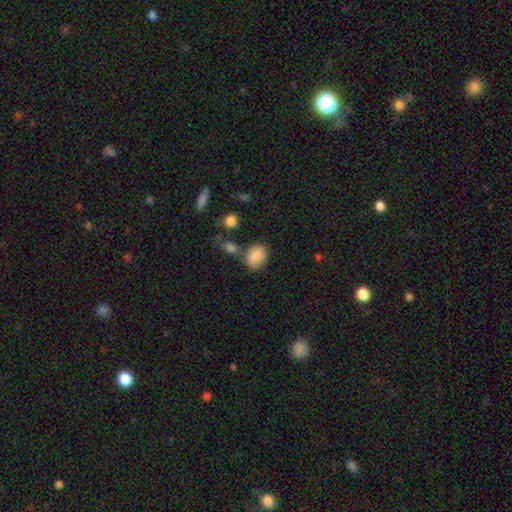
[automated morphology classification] Smooth or featured: smooth — 85% (star or artifact — 8%)
How rounded: in between — 63% (round — 36%)
Merging: none — 58% (minor disturbance — 19%)